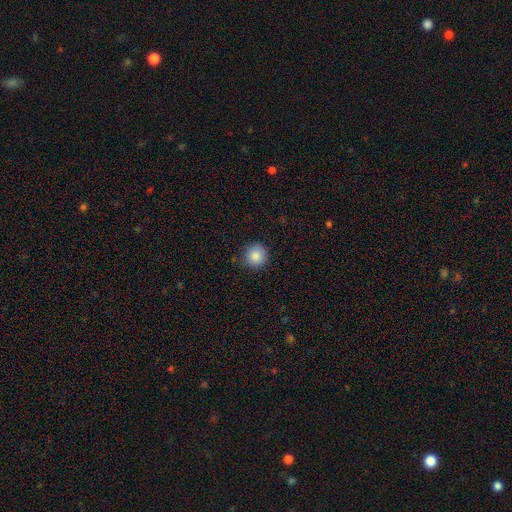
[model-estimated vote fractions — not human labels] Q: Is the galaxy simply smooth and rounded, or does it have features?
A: smooth — 87%.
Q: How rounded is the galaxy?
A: round — 94%.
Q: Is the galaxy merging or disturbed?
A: none — 86%.